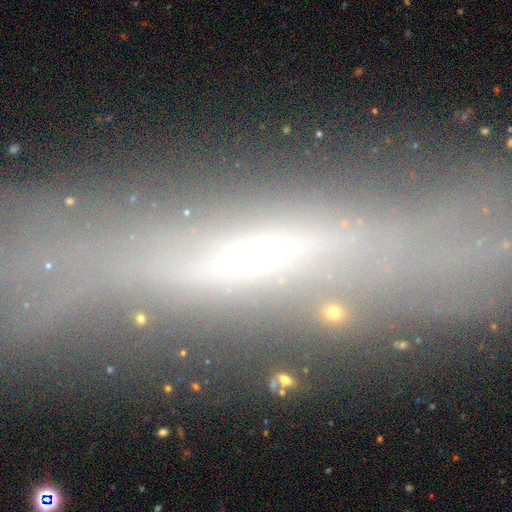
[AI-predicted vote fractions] A featured or disk galaxy (61%) viewed edge-on (66%).

Vote fractions:
- Smooth or featured? featured or disk: 61% / smooth: 26% / star or artifact: 13%
- Edge-on disk? yes: 66% / no: 34%
- Merging? none: 62% / minor disturbance: 20% / major disturbance: 13% / merger: 6%